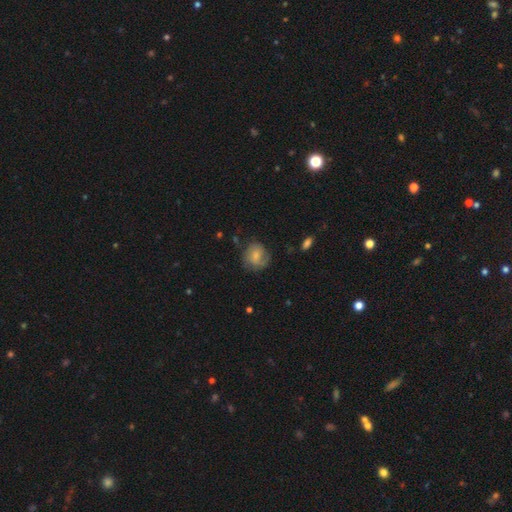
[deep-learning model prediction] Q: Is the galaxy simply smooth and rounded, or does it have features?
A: smooth — 52%.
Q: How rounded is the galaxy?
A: round — 73%.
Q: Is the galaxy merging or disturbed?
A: none — 62%.